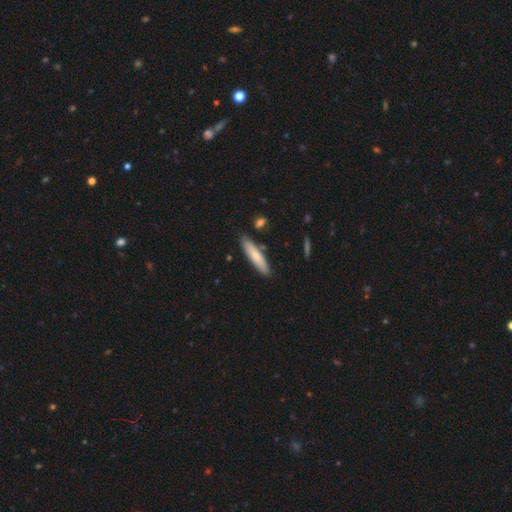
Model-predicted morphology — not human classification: Overall: smooth (72%). How rounded: cigar-shaped (78%). Merging: none (84%).